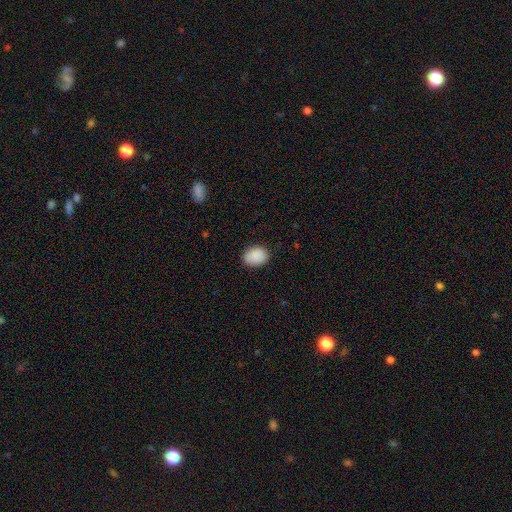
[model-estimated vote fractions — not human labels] This is clearly a smooth galaxy (88%). How rounded: possibly in between (59%). Merging: clearly none (84%).